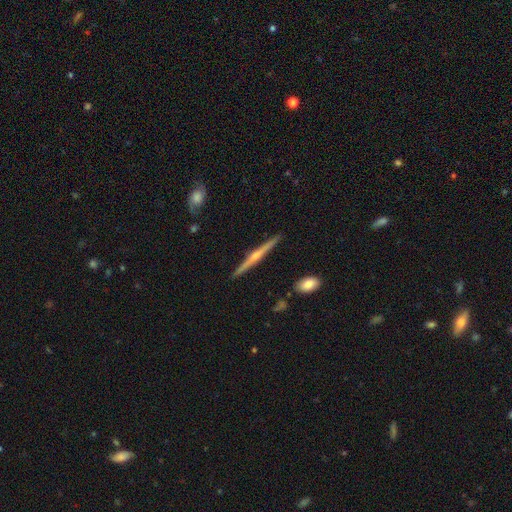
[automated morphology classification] This is likely a featured or disk galaxy (79%). It is clearly viewed edge-on (98%). Edge-on bulge: clearly rounded (82%). Merging: clearly none (92%).